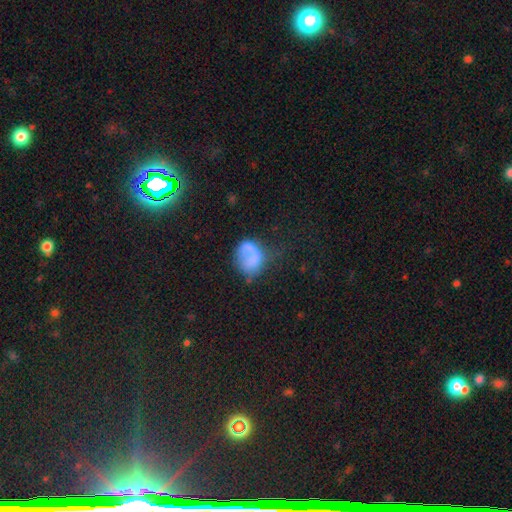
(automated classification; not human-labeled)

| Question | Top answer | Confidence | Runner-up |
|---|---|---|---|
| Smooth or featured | smooth | 61% | featured or disk (28%) |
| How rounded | in between | 54% | round (44%) |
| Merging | none | 27% | tied: major disturbance (27%) |